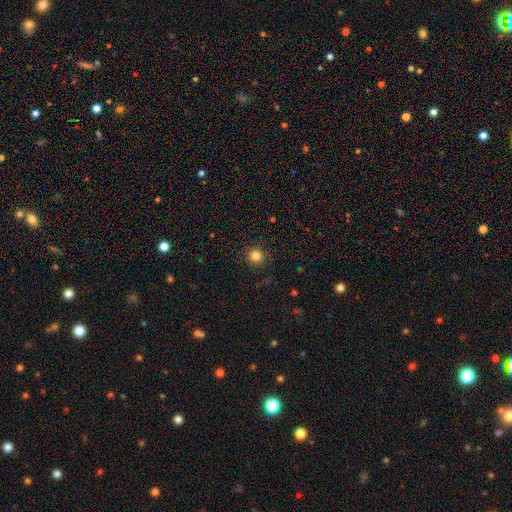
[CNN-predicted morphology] Q: Smooth or featured?
A: smooth (82%); runner-up: star or artifact (13%)
Q: How rounded?
A: round (95%); runner-up: in between (4%)
Q: Merging?
A: none (92%); runner-up: minor disturbance (5%)